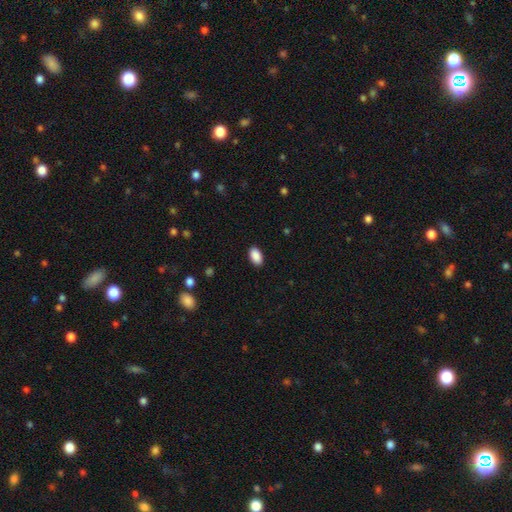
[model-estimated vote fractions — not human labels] Smooth or featured?
  - smooth: 90% *
  - star or artifact: 7%
  - featured or disk: 3%
How rounded?
  - in between: 94% *
  - round: 5%
  - cigar-shaped: 2%
Merging?
  - none: 89% *
  - minor disturbance: 8%
  - major disturbance: 2%
  - merger: 1%